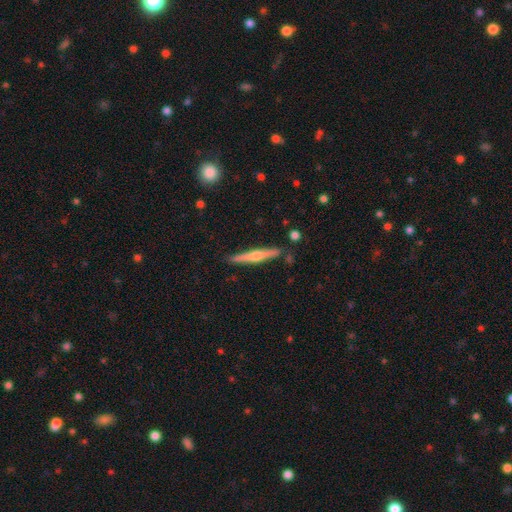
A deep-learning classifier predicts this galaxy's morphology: smooth_or_featured: featured or disk (p=0.63) [alt: smooth p=0.32]
disk_edge_on: yes (p=0.97) [alt: no p=0.03]
edge_on_bulge: rounded (p=0.83) [alt: none p=0.11]
merging: none (p=0.88) [alt: minor disturbance p=0.08]